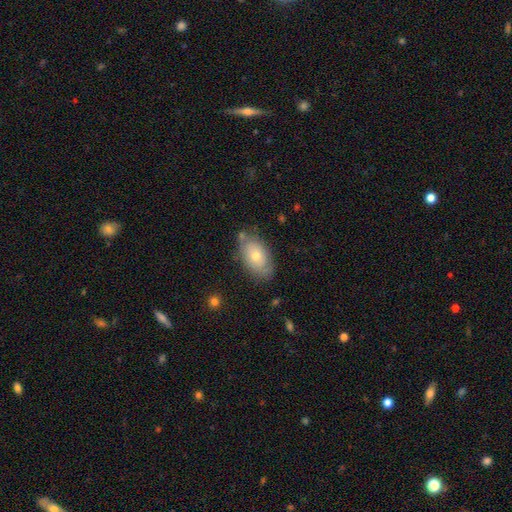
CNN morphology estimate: Overall: smooth (56%; featured or disk 36%). How rounded: in between (90%). Merging: none (72%).